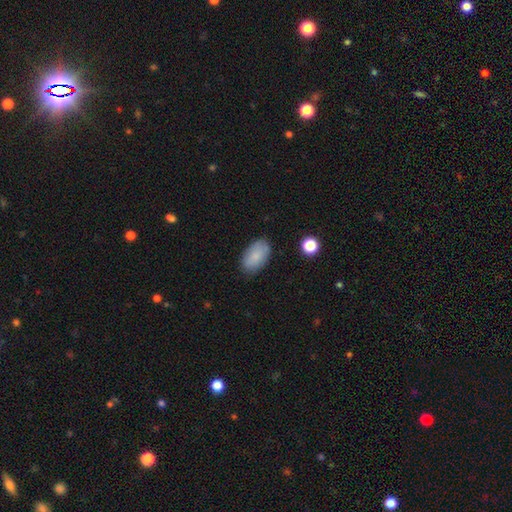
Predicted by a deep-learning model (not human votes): Overall: smooth (83%). How rounded: in between (93%). Merging: none (81%).